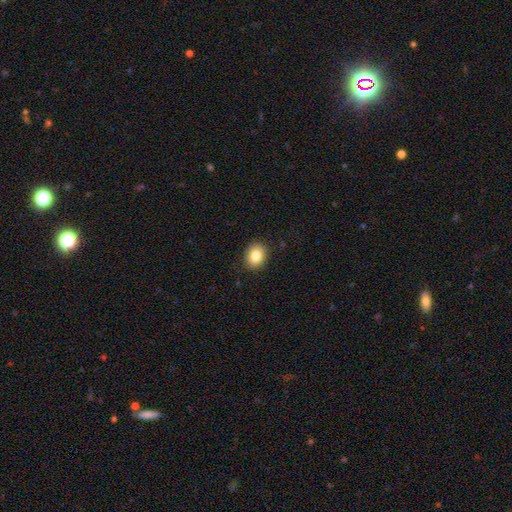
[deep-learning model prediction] smooth-or-featured: smooth: 84% | star or artifact: 9% | featured or disk: 7%
  how-rounded: in between: 50% | round: 49% | cigar-shaped: 1%
  merging: none: 89% | minor disturbance: 8% | major disturbance: 2% | merger: 1%